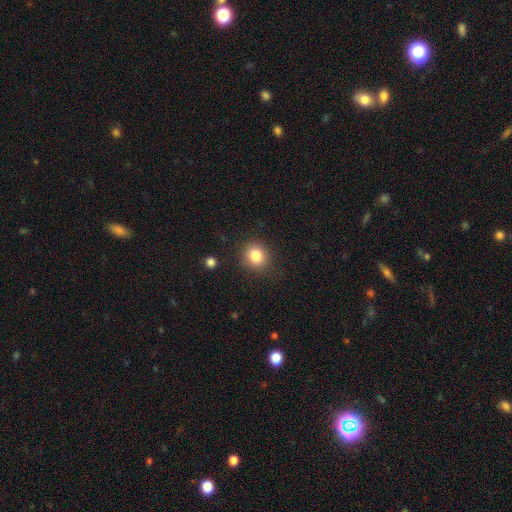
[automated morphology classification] smooth_or_featured: smooth (p=0.82) [alt: star or artifact p=0.11]
how_rounded: round (p=0.78) [alt: in between p=0.21]
merging: none (p=0.86) [alt: minor disturbance p=0.09]